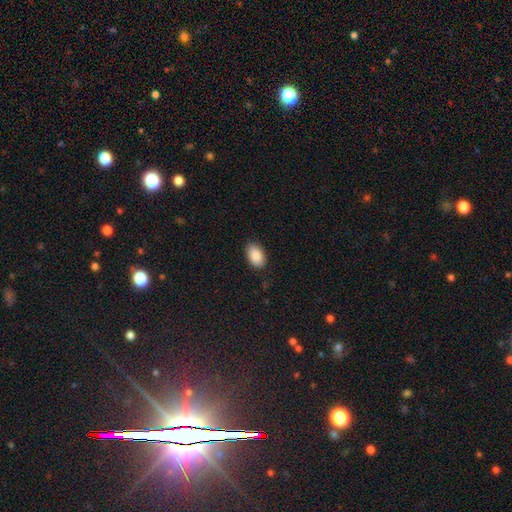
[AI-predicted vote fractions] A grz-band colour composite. It shows a smooth galaxy with no disk features (90%) that is in between round and cigar-shaped (93%). Merging: none (86%).